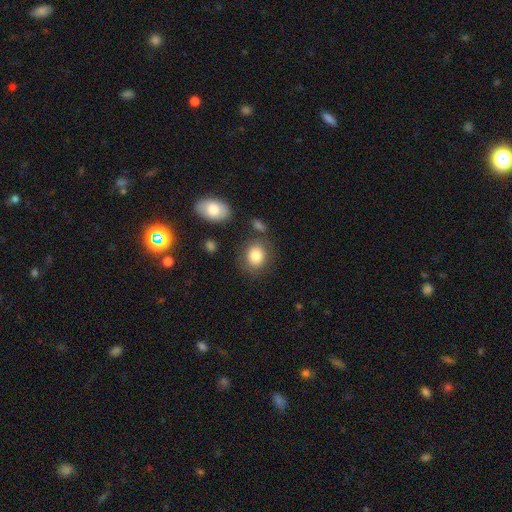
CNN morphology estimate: Smooth or featured?
  - smooth: 84% *
  - star or artifact: 8%
  - featured or disk: 8%
How rounded?
  - round: 63% *
  - in between: 36%
  - cigar-shaped: 1%
Merging?
  - none: 78% *
  - minor disturbance: 12%
  - merger: 6%
  - major disturbance: 4%